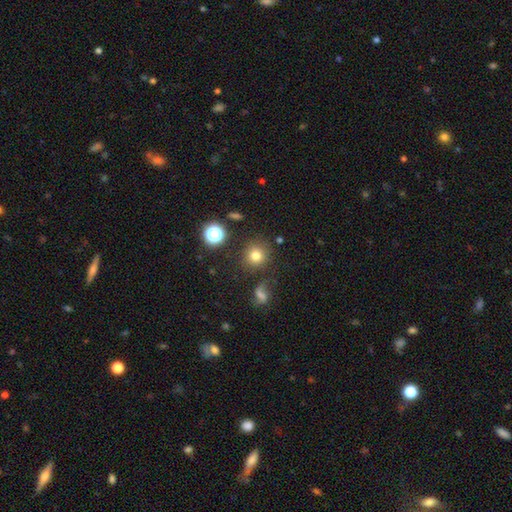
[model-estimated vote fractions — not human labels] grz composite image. It shows a smooth galaxy with no disk features (76%) that is round (90%). Merging: none (82%).